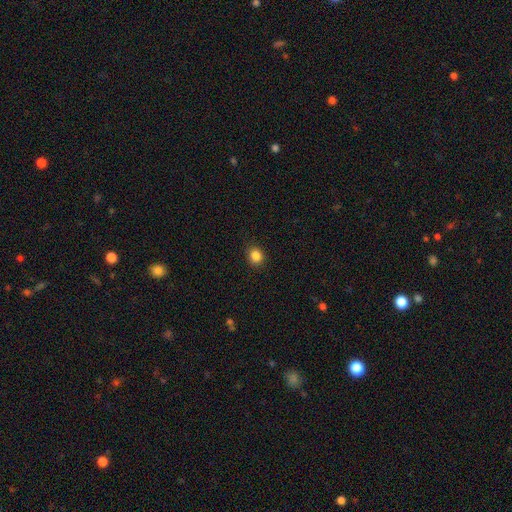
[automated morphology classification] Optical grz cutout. It shows a smooth galaxy with no disk features (85%) that is round (70%). Merging: none (89%).